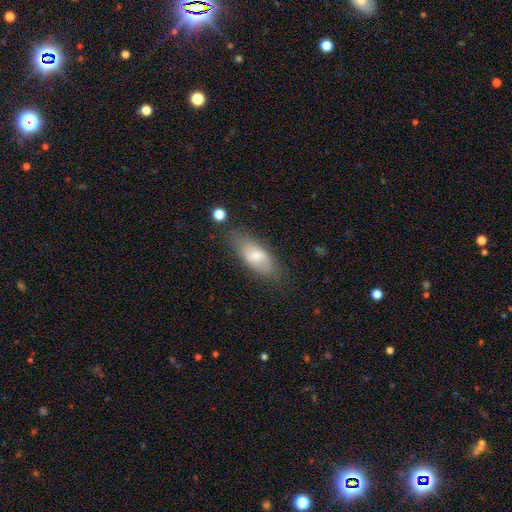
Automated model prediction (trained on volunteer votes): Smooth or featured: smooth — 70% (featured or disk — 23%)
How rounded: in between — 78% (cigar-shaped — 19%)
Merging: none — 70% (minor disturbance — 20%)